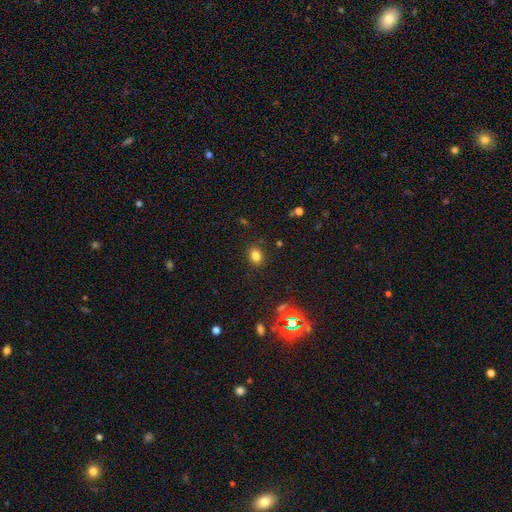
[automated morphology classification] Overall: smooth (79%). How rounded: in between (62%; round 36%). Merging: none (86%).